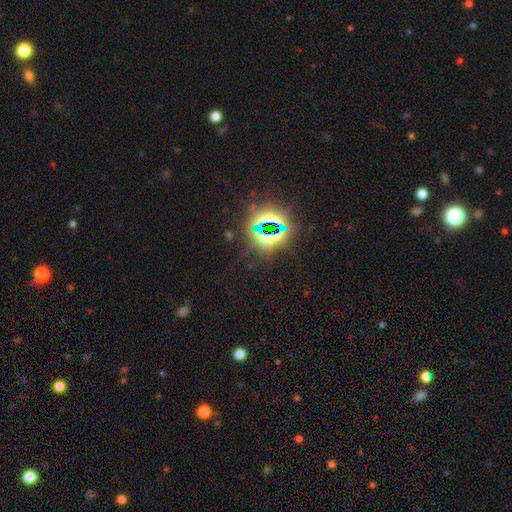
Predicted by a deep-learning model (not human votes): Overall: star or artifact (81%).